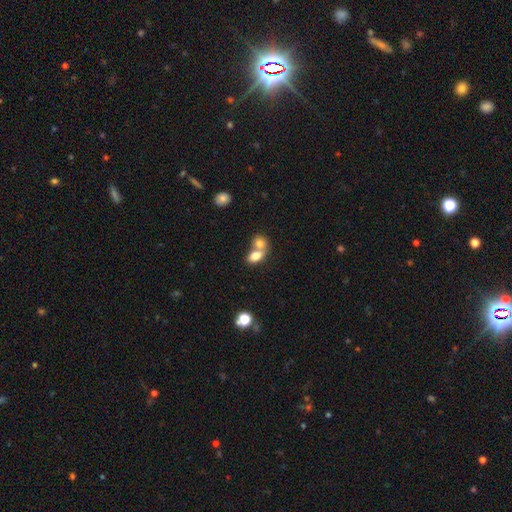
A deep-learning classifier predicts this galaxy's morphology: smooth 78%, featured or disk 13%, star or artifact 9%. Down the decision tree: how rounded — in between (76%); merging — merger (65%).